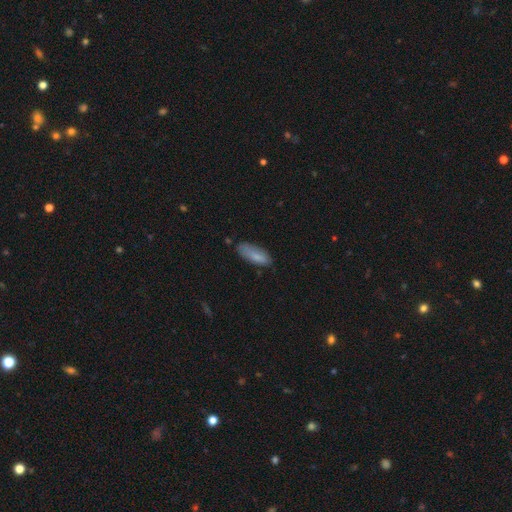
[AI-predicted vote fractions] The model was most divided on "how rounded": in between: 66%, cigar-shaped: 32%, round: 2%. More confident: smooth or featured — smooth (82%); merging — none (67%).